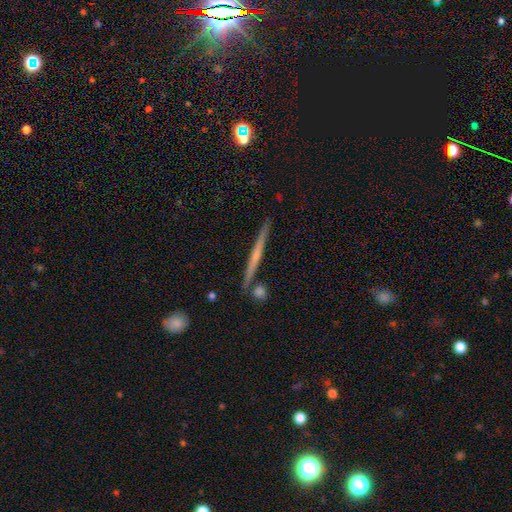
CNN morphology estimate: Smooth or featured? Predicted: featured or disk (p=0.59). Edge-on disk? Predicted: yes (p=0.98). Edge-on bulge? Predicted: none (p=0.69). Merging? Predicted: none (p=0.87).